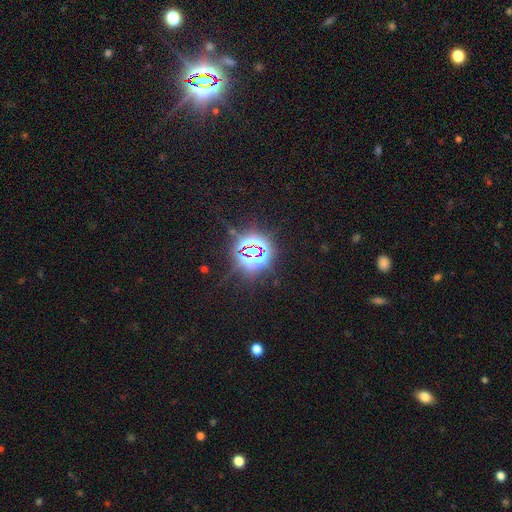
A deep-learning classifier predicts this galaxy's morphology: Overall: star or artifact (82%).